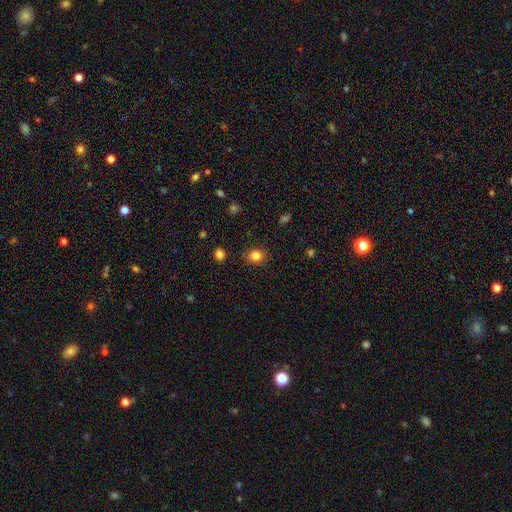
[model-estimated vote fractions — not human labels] Q: Smooth or featured?
A: smooth (83%); runner-up: star or artifact (12%)
Q: How rounded?
A: round (74%); runner-up: in between (25%)
Q: Merging?
A: none (87%); runner-up: minor disturbance (10%)